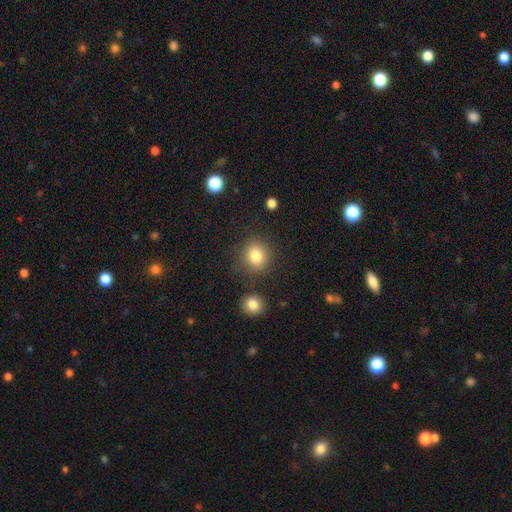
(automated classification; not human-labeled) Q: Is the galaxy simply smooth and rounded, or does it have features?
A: smooth — 82%.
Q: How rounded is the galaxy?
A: round — 80%.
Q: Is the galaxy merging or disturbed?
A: none — 80%.